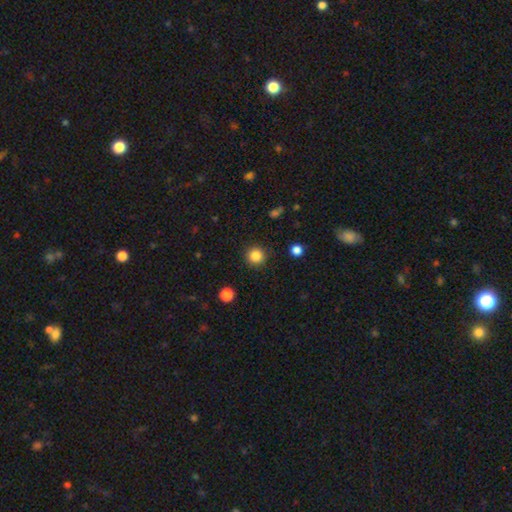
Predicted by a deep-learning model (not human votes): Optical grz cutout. It shows a smooth galaxy with no disk features (85%) that is round (95%). Merging: none (91%).